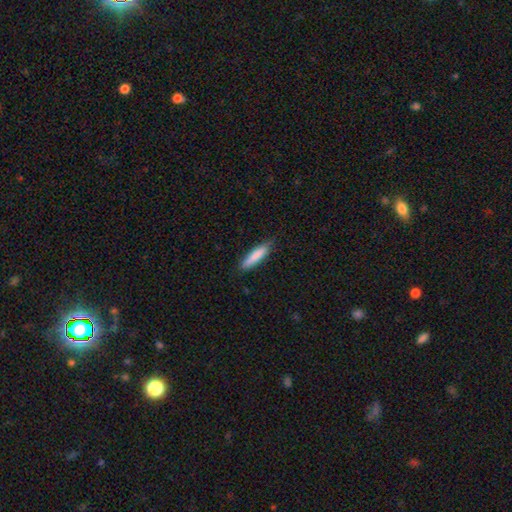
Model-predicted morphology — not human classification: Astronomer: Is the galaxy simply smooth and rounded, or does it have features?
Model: smooth — 83%.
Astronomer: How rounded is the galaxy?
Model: cigar-shaped — 81%.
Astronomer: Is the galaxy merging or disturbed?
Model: none — 85%.